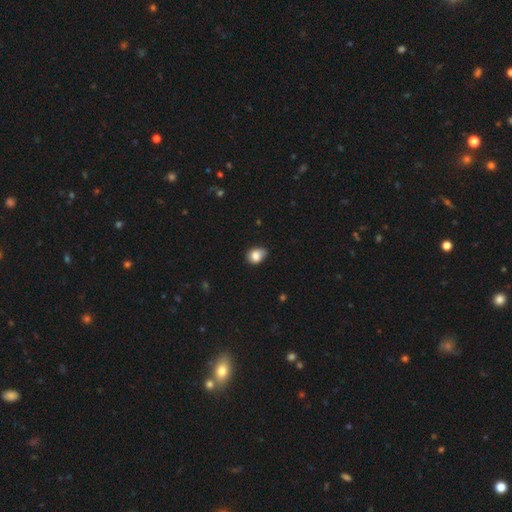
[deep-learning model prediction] The model was most divided on "how rounded": in between: 51%, round: 48%, cigar-shaped: 1%. More confident: smooth or featured — smooth (81%); merging — none (58%).